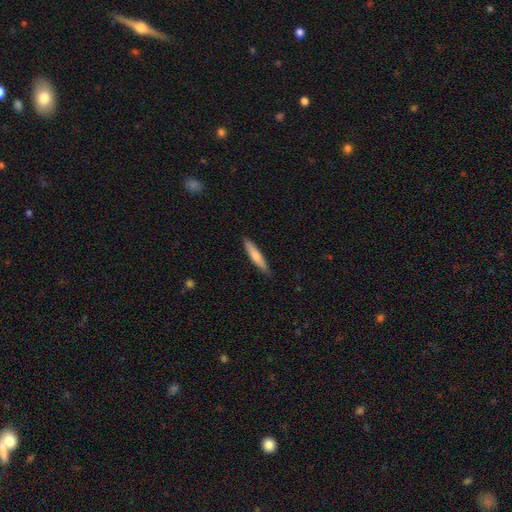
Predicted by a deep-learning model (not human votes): Morphology: type=smooth (71%); roundness=cigar-shaped (89%); merging=none (88%).